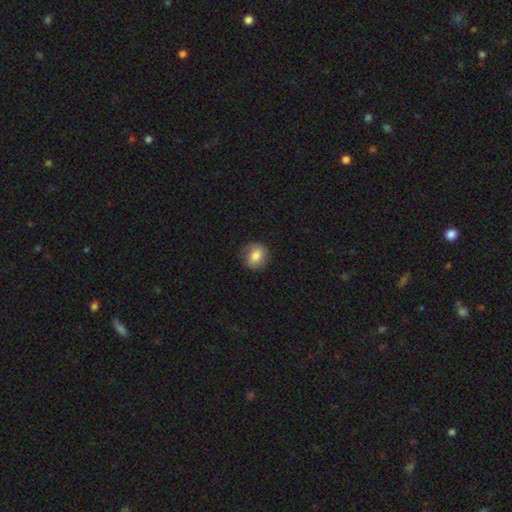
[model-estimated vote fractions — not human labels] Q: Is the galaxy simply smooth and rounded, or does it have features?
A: smooth — 77%.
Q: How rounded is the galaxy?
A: round — 70%.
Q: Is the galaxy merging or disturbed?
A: none — 79%.